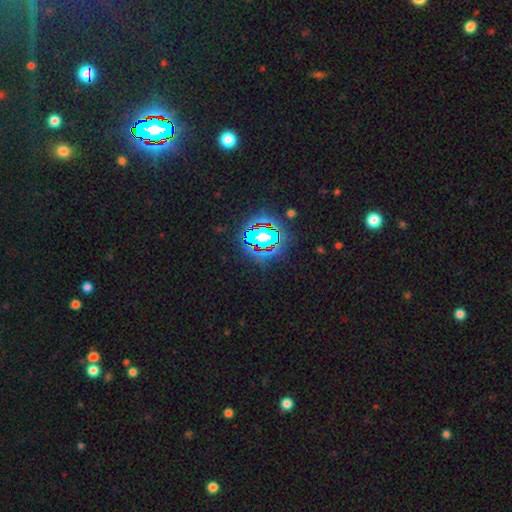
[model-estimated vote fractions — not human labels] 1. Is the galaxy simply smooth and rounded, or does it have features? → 84% star or artifact, 9% smooth, 7% featured or disk.